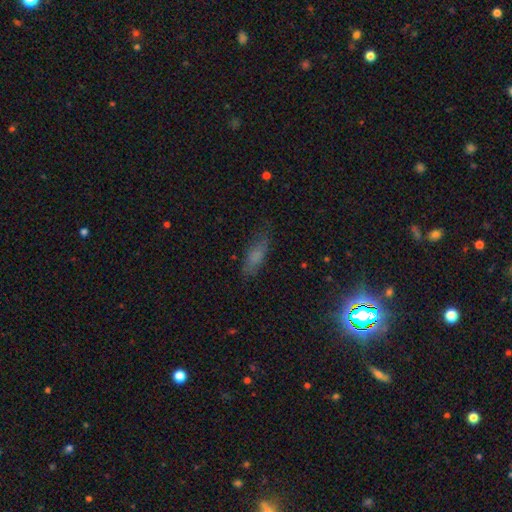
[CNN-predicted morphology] Smooth or featured? Predicted: smooth (p=0.65). How rounded? Predicted: in between (p=0.56). Merging? Predicted: none (p=0.73).